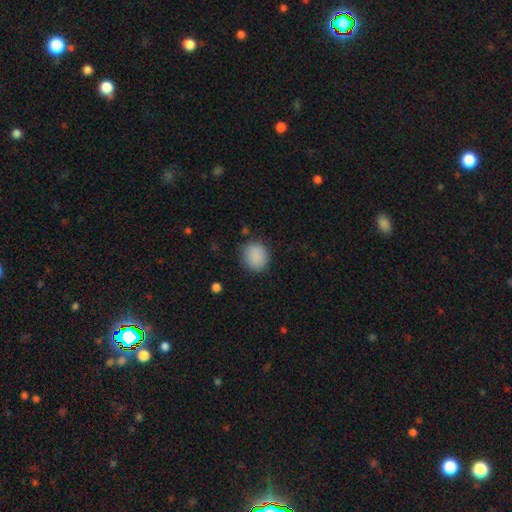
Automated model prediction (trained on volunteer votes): This appears to be a smooth galaxy with no disk features (89%) that is round (78%). Merging: none (84%).